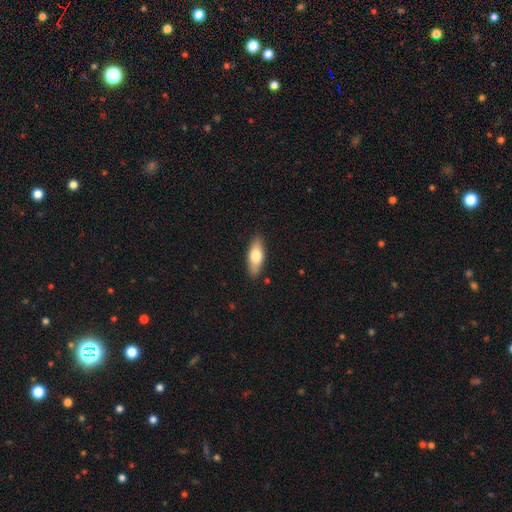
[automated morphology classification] This is likely a smooth galaxy (70%). How rounded: likely in between (73%). Merging: clearly none (86%).